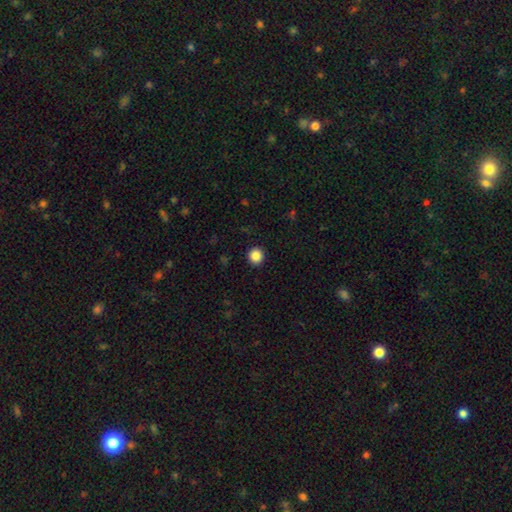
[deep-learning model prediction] Q: Smooth or featured?
A: smooth (87%); runner-up: star or artifact (10%)
Q: How rounded?
A: round (94%); runner-up: in between (5%)
Q: Merging?
A: none (93%); runner-up: minor disturbance (5%)